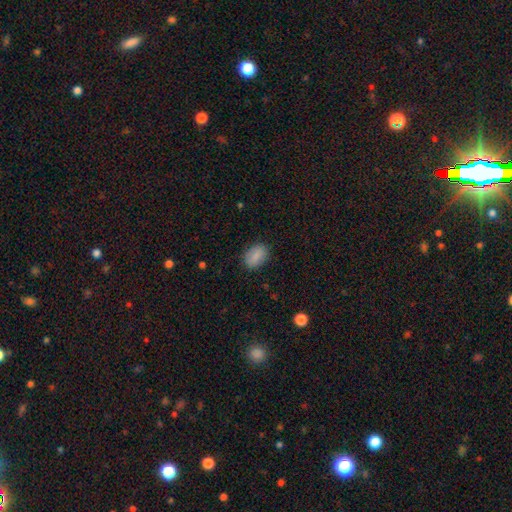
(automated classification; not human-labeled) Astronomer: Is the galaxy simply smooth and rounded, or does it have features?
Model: smooth — 87%.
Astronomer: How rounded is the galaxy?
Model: in between — 84%.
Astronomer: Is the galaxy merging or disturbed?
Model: none — 86%.